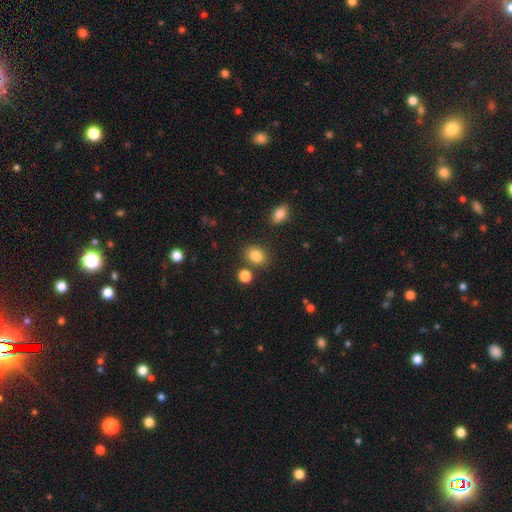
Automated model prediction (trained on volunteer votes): The model was most divided on "how rounded": in between: 63%, round: 36%, cigar-shaped: 1%. More confident: smooth or featured — smooth (85%); merging — none (78%).